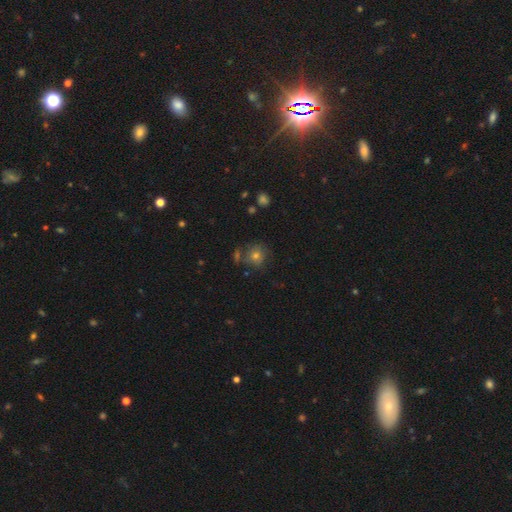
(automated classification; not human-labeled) smooth 65%, star or artifact 18%, featured or disk 17%. Down the decision tree: how rounded — round (88%); merging — none (70%).